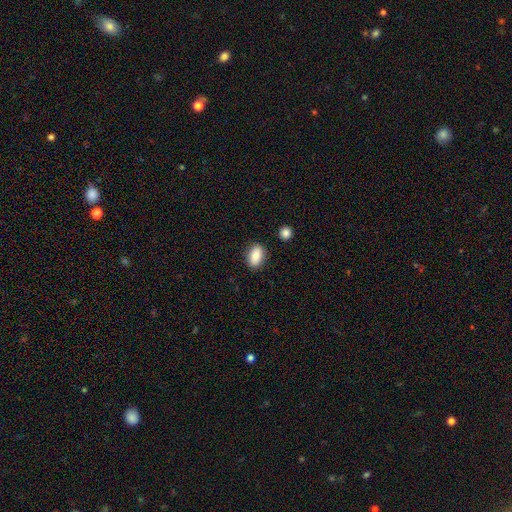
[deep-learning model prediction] Smooth or featured? smooth (84%)
How rounded? in between (87%)
Merging? none (86%)